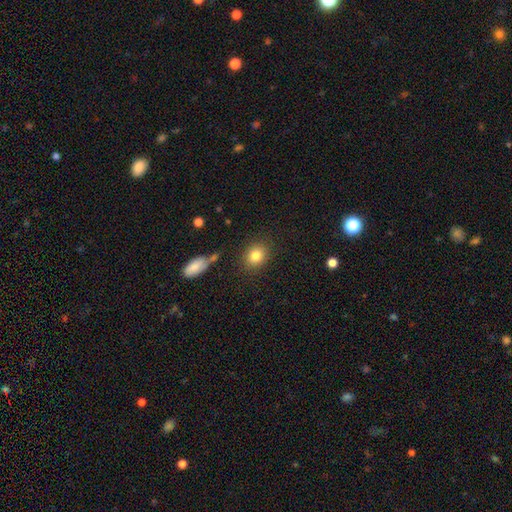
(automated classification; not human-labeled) The model was most divided on "how rounded": round: 63%, in between: 35%, cigar-shaped: 1%. More confident: smooth or featured — smooth (83%); merging — none (82%).